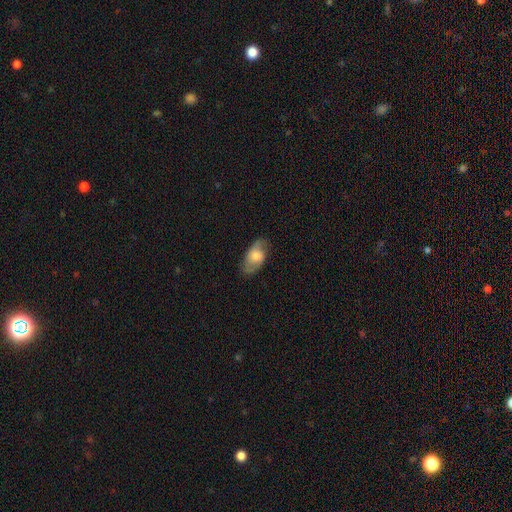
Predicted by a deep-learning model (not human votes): Smooth or featured? smooth (49%)
Merging? none (77%)